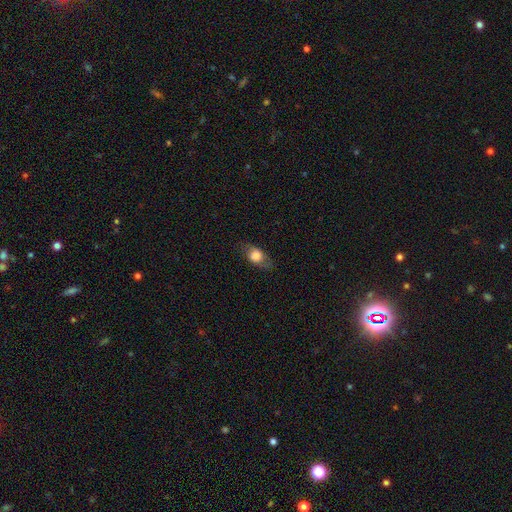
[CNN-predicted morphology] Smooth or featured? smooth (66%)
How rounded? in between (71%)
Merging? none (76%)